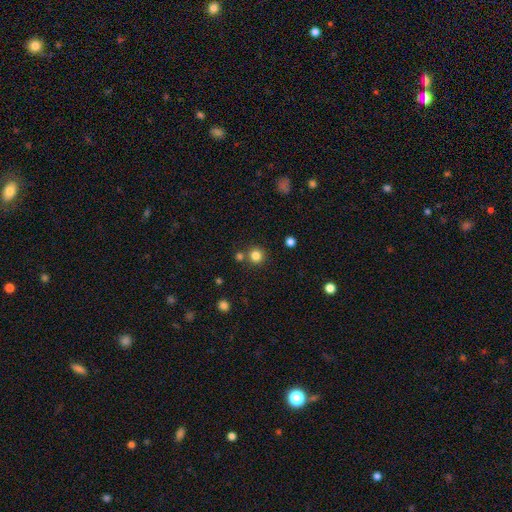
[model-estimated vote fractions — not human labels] smooth-or-featured: smooth: 82% | star or artifact: 13% | featured or disk: 5%
  how-rounded: round: 94% | in between: 5% | cigar-shaped: 1%
  merging: none: 77% | merger: 13% | minor disturbance: 7% | major disturbance: 3%